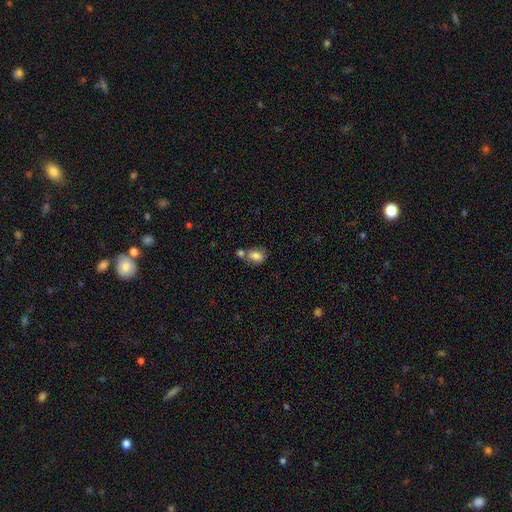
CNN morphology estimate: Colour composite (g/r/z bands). It shows a smooth galaxy with no disk features (78%) that is in between round and cigar-shaped (77%). Merging: none (44%).